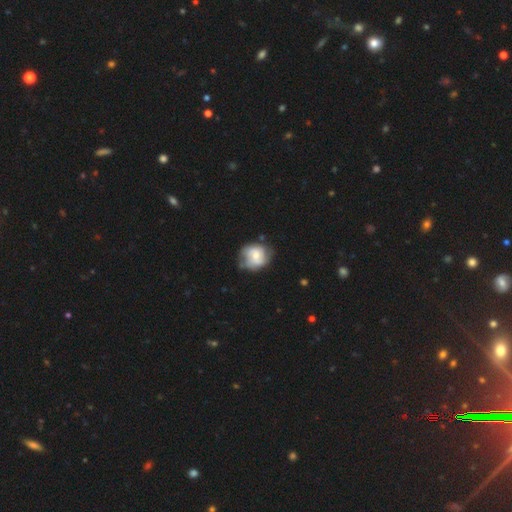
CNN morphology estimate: Q: Smooth or featured?
A: featured or disk (53%); runner-up: smooth (40%)
Q: Edge-on disk?
A: no (98%); runner-up: yes (2%)
Q: Bar?
A: no (55%); runner-up: weak (37%)
Q: Spiral arms?
A: yes (75%); runner-up: no (25%)
Q: Bulge size?
A: moderate (47%); runner-up: small (39%)
Q: Merging?
A: none (60%); runner-up: minor disturbance (26%)